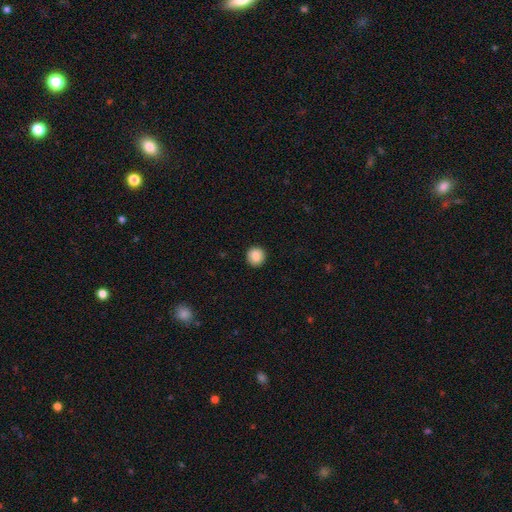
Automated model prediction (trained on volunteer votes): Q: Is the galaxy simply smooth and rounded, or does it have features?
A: smooth — 87%.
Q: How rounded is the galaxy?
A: round — 93%.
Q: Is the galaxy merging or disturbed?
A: none — 91%.